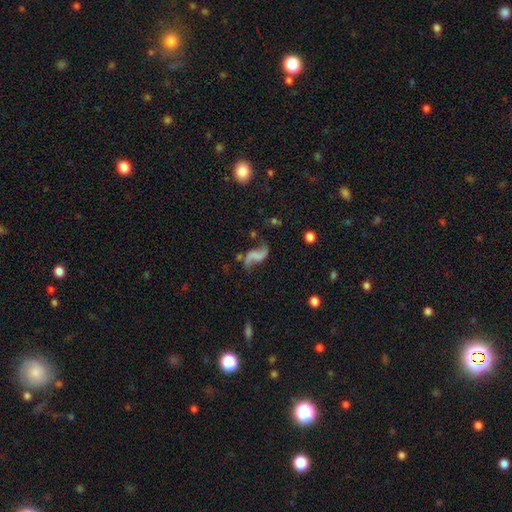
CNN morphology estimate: featured or disk 78%, smooth 13%, star or artifact 9%. Down the decision tree: edge-on disk — no (97%); bar — no (51%); spiral arms — yes (92%); spiral arm count — 2 (92%); spiral winding — loose (89%); bulge size — none (74%); merging — none (63%).